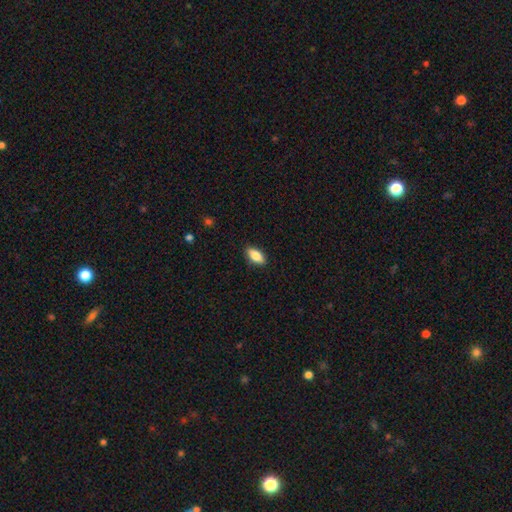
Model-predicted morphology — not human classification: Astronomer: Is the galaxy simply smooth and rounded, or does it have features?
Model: smooth — 83%.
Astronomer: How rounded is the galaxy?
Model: in between — 86%.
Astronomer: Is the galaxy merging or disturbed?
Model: none — 89%.